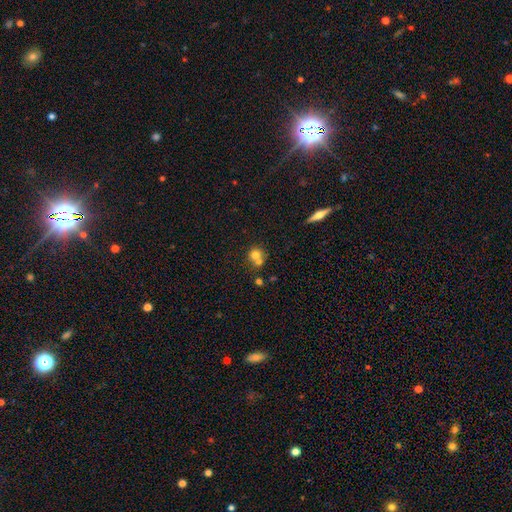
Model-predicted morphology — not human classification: Q: Smooth or featured?
A: smooth (72%); runner-up: featured or disk (16%)
Q: How rounded?
A: round (84%); runner-up: in between (14%)
Q: Merging?
A: merger (50%); runner-up: none (40%)